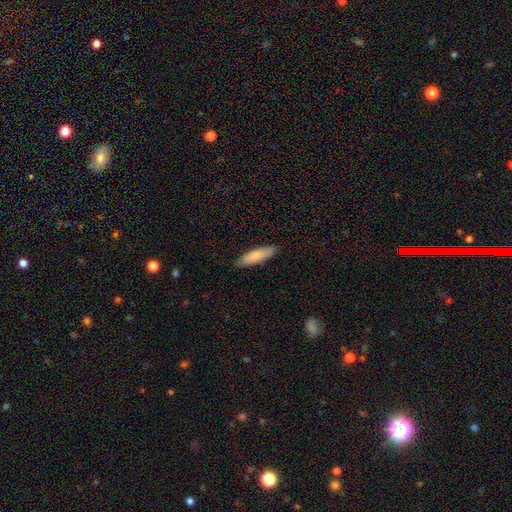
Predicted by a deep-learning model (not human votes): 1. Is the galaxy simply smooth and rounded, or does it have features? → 81% smooth, 14% featured or disk, 5% star or artifact.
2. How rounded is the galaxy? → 69% cigar-shaped, 30% in between, 1% round.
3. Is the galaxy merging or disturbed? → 88% none, 10% minor disturbance, 2% major disturbance, 1% merger.